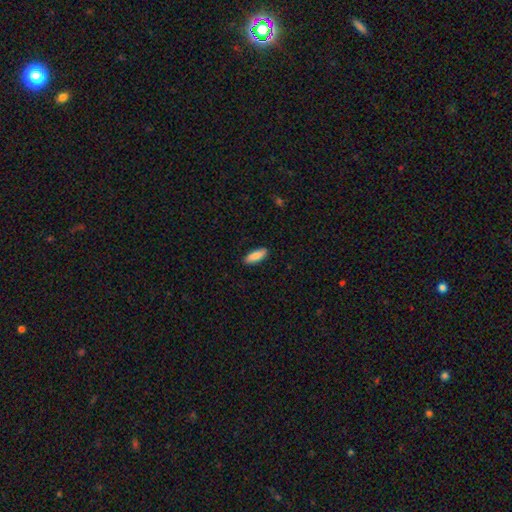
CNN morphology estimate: Smooth or featured? Predicted: smooth (p=0.86). How rounded? Predicted: in between (p=0.68). Merging? Predicted: none (p=0.89).